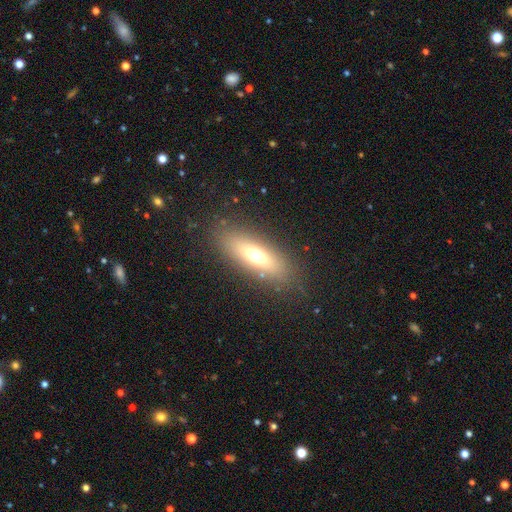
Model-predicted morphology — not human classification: A smooth galaxy with no disk features (60%) that is in between round and cigar-shaped (53%).

Vote fractions:
- Smooth or featured? smooth: 60% / featured or disk: 30% / star or artifact: 10%
- How rounded? in between: 53% / cigar-shaped: 43% / round: 3%
- Merging? none: 84% / minor disturbance: 10% / major disturbance: 4% / merger: 1%